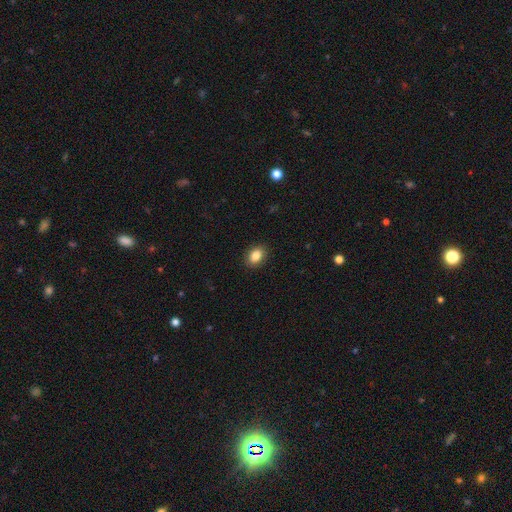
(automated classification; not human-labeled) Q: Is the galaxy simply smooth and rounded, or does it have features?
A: smooth — 86%.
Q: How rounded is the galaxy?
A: in between — 73%.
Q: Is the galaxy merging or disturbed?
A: none — 90%.